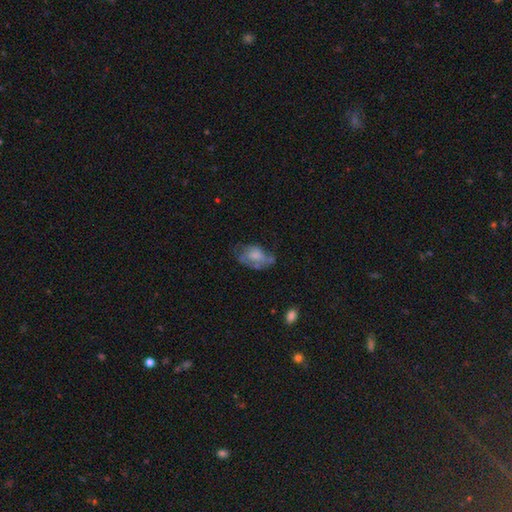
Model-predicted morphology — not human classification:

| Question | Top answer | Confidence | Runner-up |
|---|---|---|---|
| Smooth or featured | featured or disk | 51% | smooth (41%) |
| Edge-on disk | no | 96% | yes (4%) |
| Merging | none | 38% | minor disturbance (30%) |